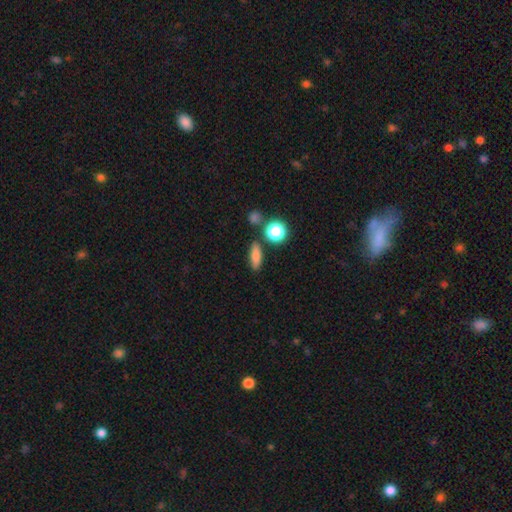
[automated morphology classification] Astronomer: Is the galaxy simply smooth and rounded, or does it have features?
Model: smooth — 77%.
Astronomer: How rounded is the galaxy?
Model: in between — 46% (runner-up: cigar-shaped, 41%).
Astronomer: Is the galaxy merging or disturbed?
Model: none — 83%.